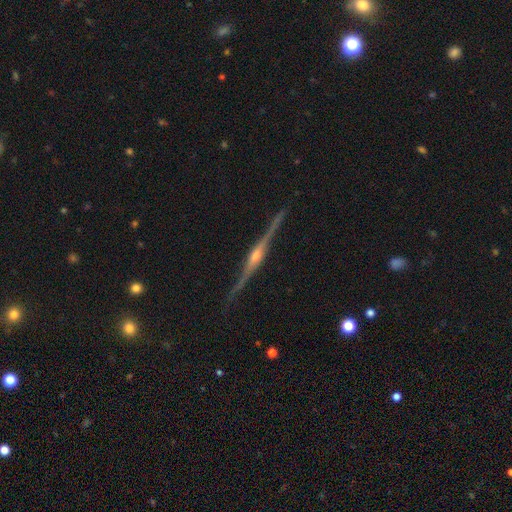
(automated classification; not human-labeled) Overall: featured or disk (89%). Edge-on disk: yes (97%). Edge-on bulge: rounded (83%). Merging: none (85%).